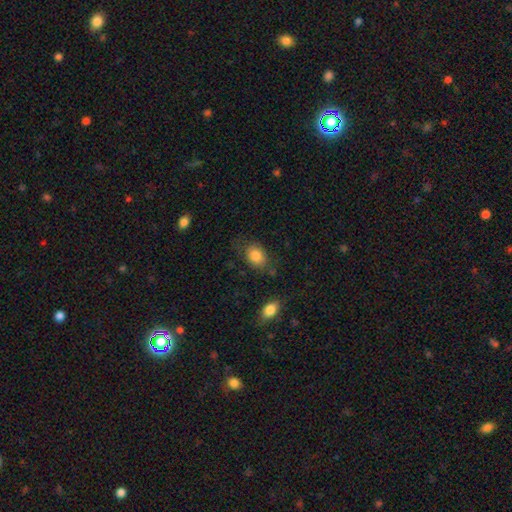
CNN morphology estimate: This appears to be a smooth galaxy with no disk features (84%) that is in between round and cigar-shaped (74%). Merging: none (68%).